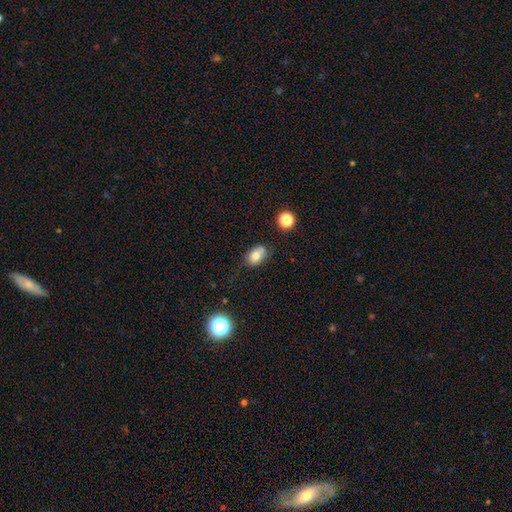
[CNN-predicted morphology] This appears to be a smooth galaxy with no disk features (75%) that is in between round and cigar-shaped (79%). Merging: none (57%).